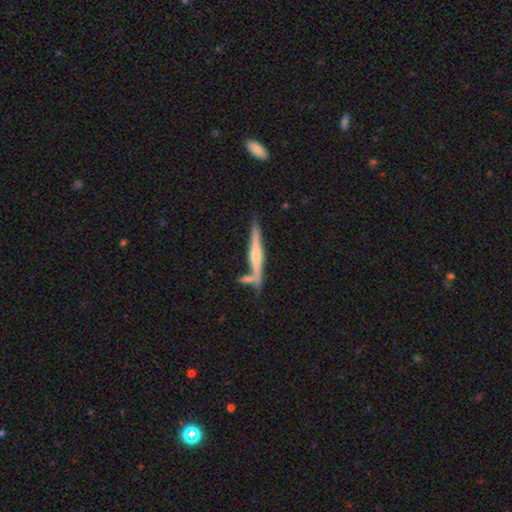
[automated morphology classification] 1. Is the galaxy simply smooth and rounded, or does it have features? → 62% featured or disk, 32% smooth, 6% star or artifact.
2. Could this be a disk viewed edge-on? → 96% yes, 4% no.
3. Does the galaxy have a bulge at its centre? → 68% rounded, 21% none, 10% boxy.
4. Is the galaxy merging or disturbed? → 64% none, 19% merger, 13% minor disturbance, 4% major disturbance.